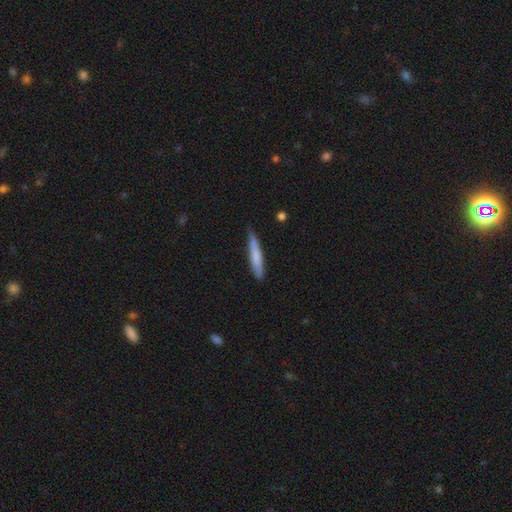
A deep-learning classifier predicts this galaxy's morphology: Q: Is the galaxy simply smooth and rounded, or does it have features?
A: smooth — 73%.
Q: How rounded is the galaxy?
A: cigar-shaped — 93%.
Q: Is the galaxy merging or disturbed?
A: none — 75%.